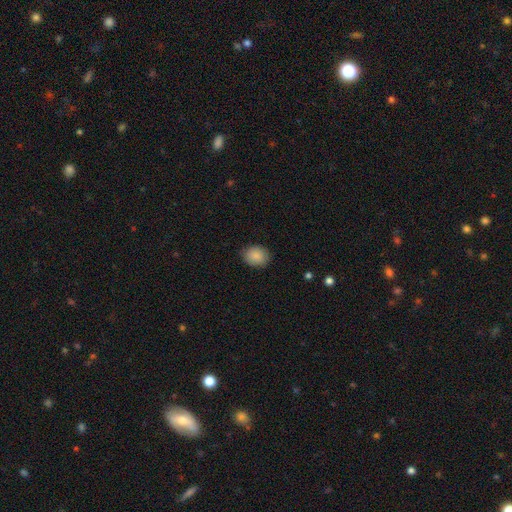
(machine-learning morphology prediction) Overall: smooth (88%). How rounded: round (51%; in between 49%). Merging: none (84%).